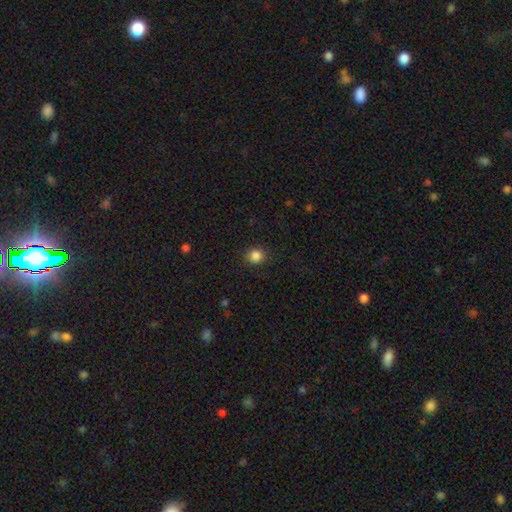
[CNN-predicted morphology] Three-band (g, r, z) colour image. It shows a smooth galaxy with no disk features (86%) that is round (89%). Merging: none (91%).